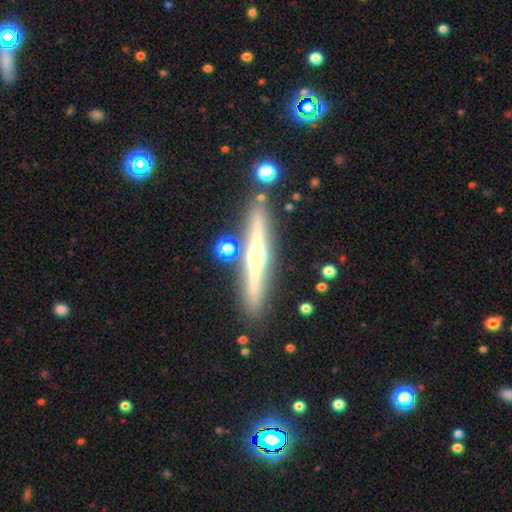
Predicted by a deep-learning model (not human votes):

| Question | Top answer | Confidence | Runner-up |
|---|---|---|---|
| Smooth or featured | featured or disk | 74% | smooth (18%) |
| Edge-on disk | yes | 96% | no (4%) |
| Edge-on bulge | rounded | 92% | none (5%) |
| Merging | none | 86% | minor disturbance (8%) |